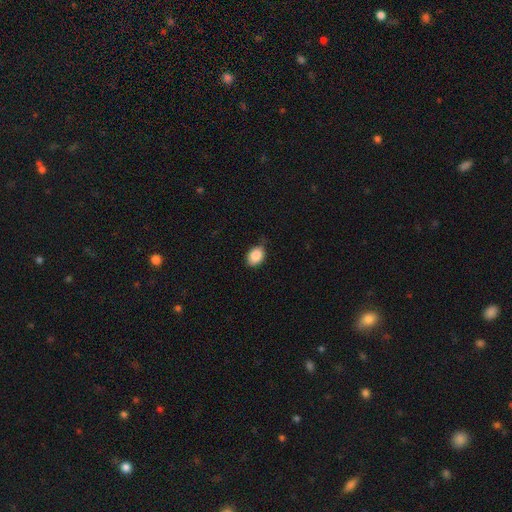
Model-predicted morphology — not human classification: type=smooth (89%); roundness=in between (74%); merging=none (70%).